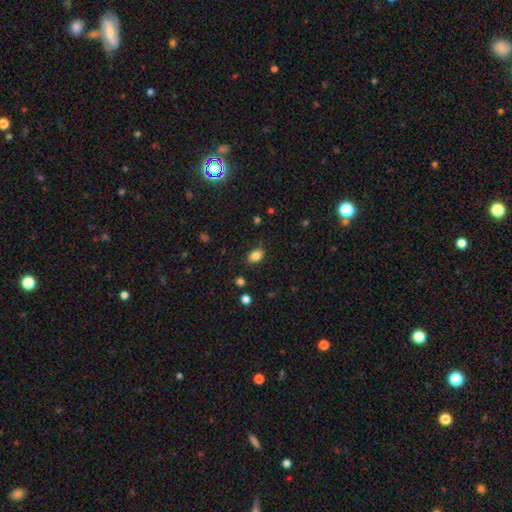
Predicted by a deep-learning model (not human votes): smooth 85%, star or artifact 10%, featured or disk 5%. Down the decision tree: how rounded — in between (77%); merging — none (82%).